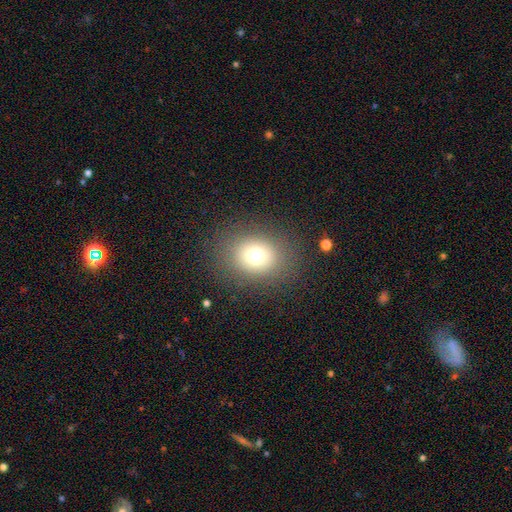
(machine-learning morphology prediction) A smooth galaxy with no disk features (74%) that is round (50%). Merging: none (84%).